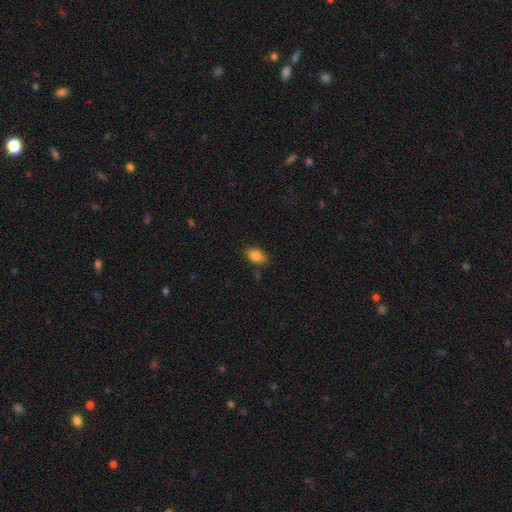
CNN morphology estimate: This appears to be a smooth galaxy with no disk features (85%) that is in between round and cigar-shaped (86%). Merging: none (80%).